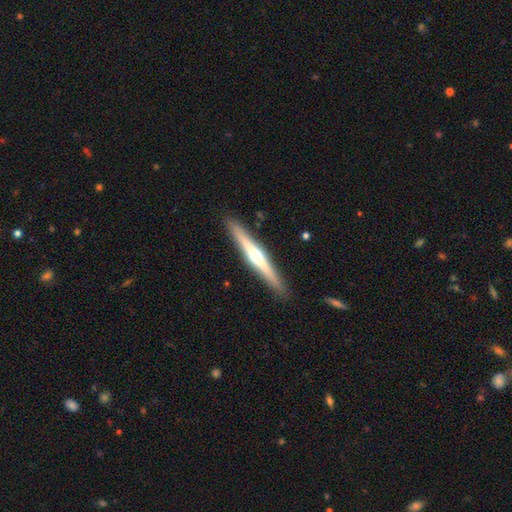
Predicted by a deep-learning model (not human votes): Smooth or featured?
  - featured or disk: 70% *
  - smooth: 25%
  - star or artifact: 5%
Edge-on disk?
  - yes: 97% *
  - no: 3%
Edge-on bulge?
  - rounded: 90% *
  - none: 7%
  - boxy: 4%
Merging?
  - none: 91% *
  - minor disturbance: 7%
  - major disturbance: 1%
  - merger: 1%